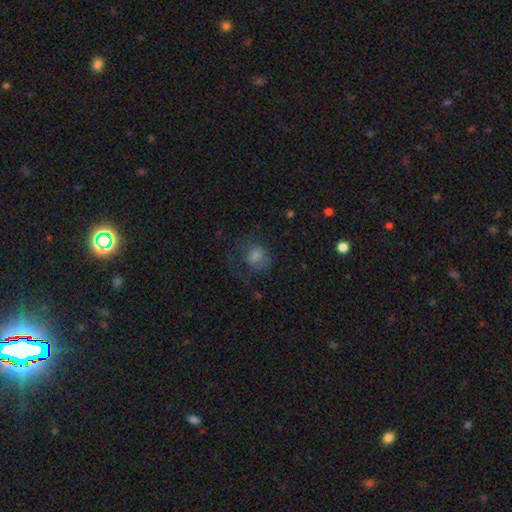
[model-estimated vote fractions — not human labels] This is possibly a smooth galaxy (53%). How rounded: likely round (60%). Merging: possibly none (48%).